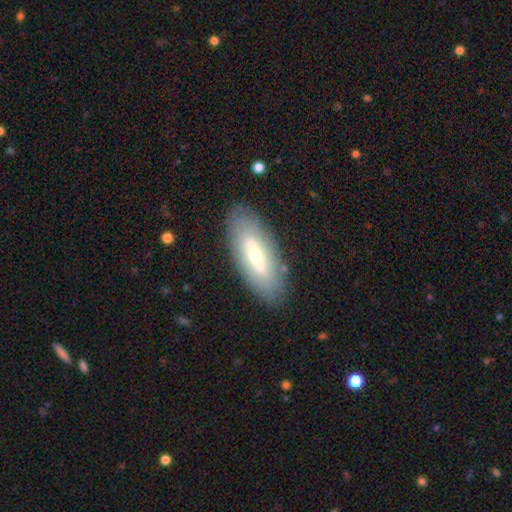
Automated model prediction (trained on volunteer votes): featured or disk 48%, smooth 45%, star or artifact 7%. Down the decision tree: merging — none (85%).